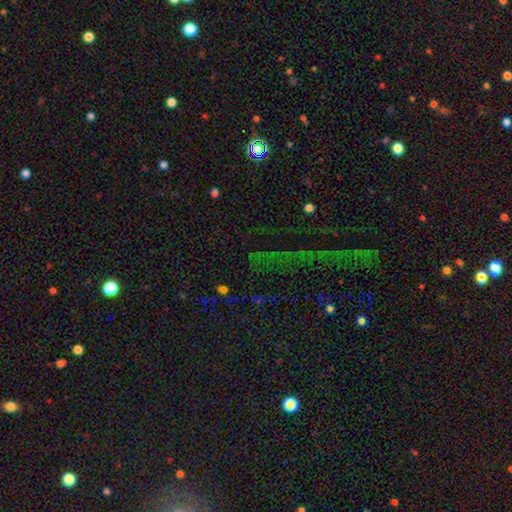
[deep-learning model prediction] Smooth or featured? star or artifact (77%)